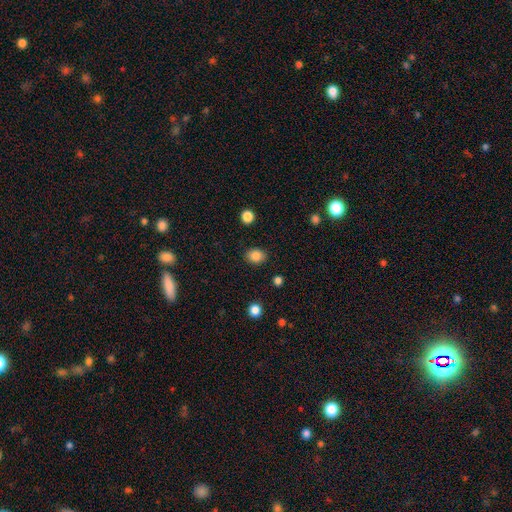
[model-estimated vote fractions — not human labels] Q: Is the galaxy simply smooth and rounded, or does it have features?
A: smooth — 85%.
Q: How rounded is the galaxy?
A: round — 51%.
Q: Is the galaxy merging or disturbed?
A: none — 88%.